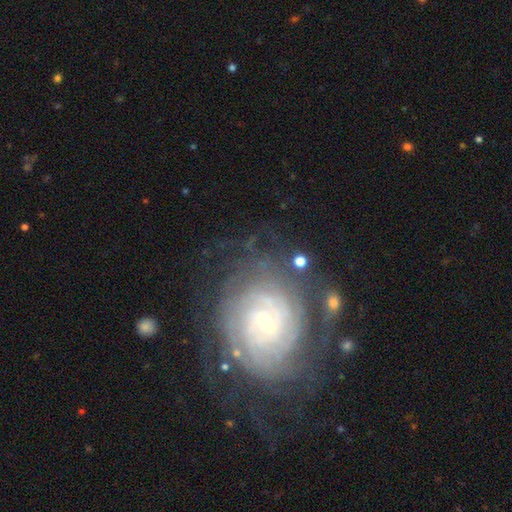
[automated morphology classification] Overall: featured or disk (77%). Edge-on disk: no (97%). Bar: no (52%; weak 36%). Spiral arms: yes (91%). Spiral arm count: can't tell (49%; 2 16%). Spiral winding: tight (79%). Bulge size: small (60%; moderate 32%). Merging: none (75%).